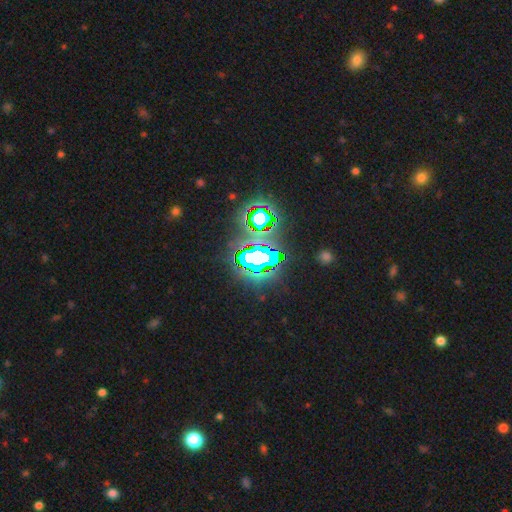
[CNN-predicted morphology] A star or artifact, not a galaxy (75%).

Vote fractions:
- Smooth or featured? star or artifact: 75% / featured or disk: 13% / smooth: 12%